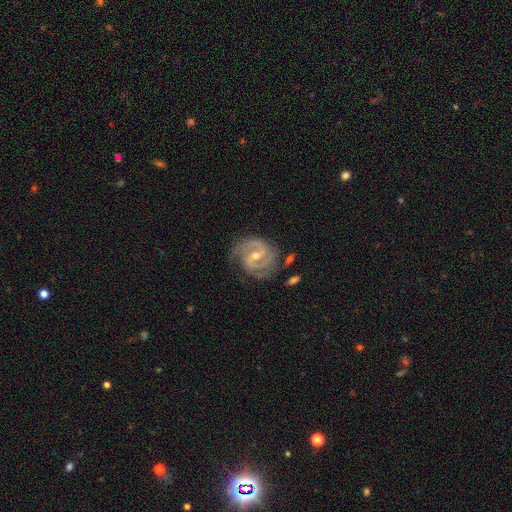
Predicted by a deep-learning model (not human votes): smooth-or-featured: featured or disk: 91% | star or artifact: 5% | smooth: 4%
  disk-edge-on: no: 98% | yes: 2%
    bar: weak: 49% | strong: 29% | no: 22%
    has-spiral-arms: yes: 98% | no: 2%
      spiral-winding: tight: 53% | medium: 41% | loose: 7%
      spiral-arm-count: 2: 72% | 3: 15% | can't tell: 6% | 4: 2% | 1: 2% | more than 4: 2%
    bulge-size: moderate: 49% | small: 48% | large: 1% | none: 1% | dominant: 1%
  merging: none: 74% | minor disturbance: 18% | major disturbance: 6% | merger: 3%